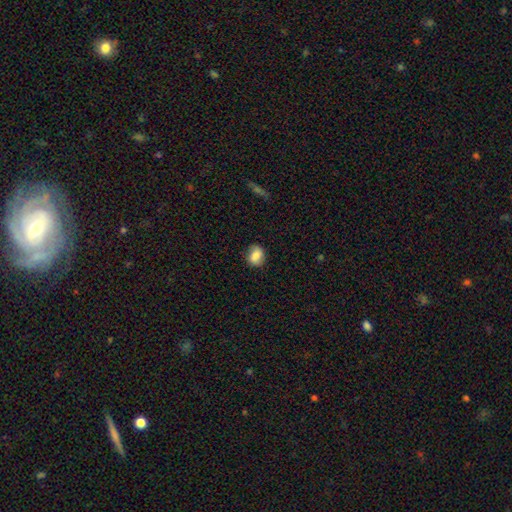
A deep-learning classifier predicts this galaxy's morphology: Smooth or featured? Predicted: smooth (p=0.76). How rounded? Predicted: in between (p=0.51). Merging? Predicted: none (p=0.77).